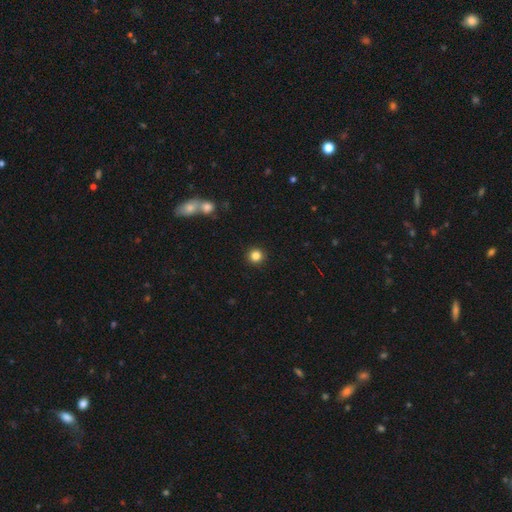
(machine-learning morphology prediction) smooth-or-featured: smooth: 84% | star or artifact: 11% | featured or disk: 5%
  how-rounded: round: 95% | in between: 4% | cigar-shaped: 1%
  merging: none: 93% | minor disturbance: 4% | major disturbance: 2% | merger: 2%